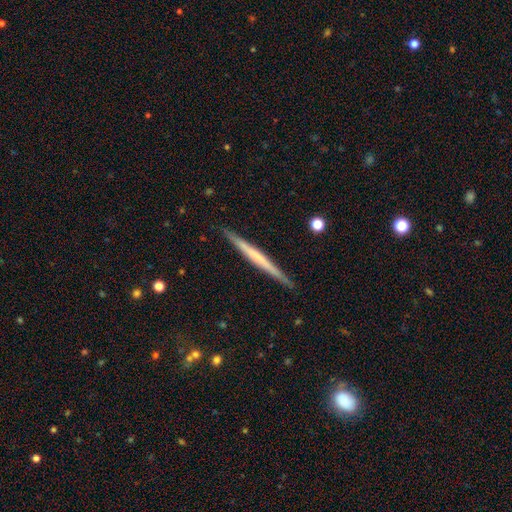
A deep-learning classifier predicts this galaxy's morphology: Smooth or featured: featured or disk — 59% (smooth — 35%)
Edge-on disk: yes — 98% (no — 2%)
Edge-on bulge: none — 77% (rounded — 14%)
Merging: none — 91% (minor disturbance — 7%)